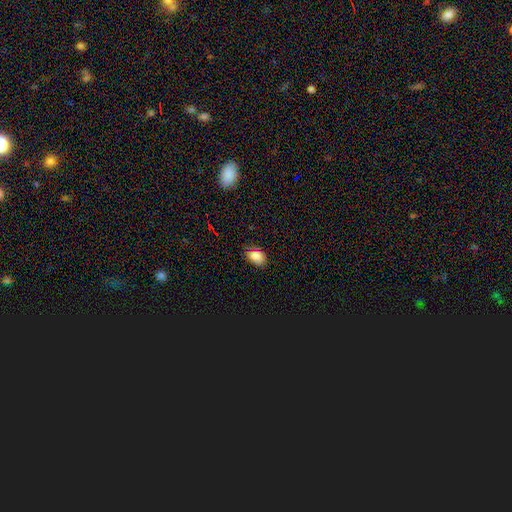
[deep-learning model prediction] Smooth or featured?
  - smooth: 83% *
  - star or artifact: 11%
  - featured or disk: 6%
How rounded?
  - in between: 80% *
  - round: 18%
  - cigar-shaped: 1%
Merging?
  - none: 73% *
  - minor disturbance: 22%
  - major disturbance: 4%
  - merger: 1%